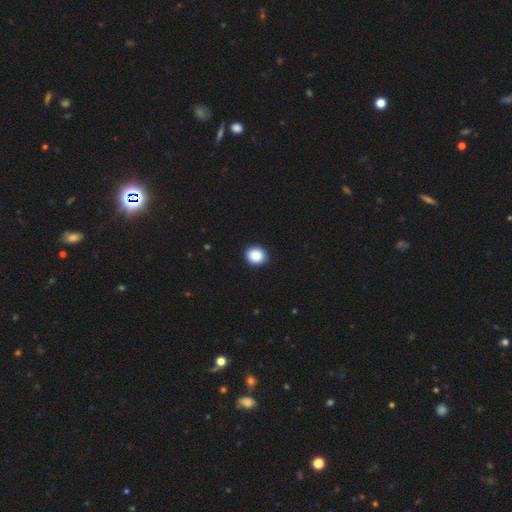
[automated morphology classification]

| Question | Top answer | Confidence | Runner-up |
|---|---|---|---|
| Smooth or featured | smooth | 89% | star or artifact (8%) |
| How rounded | round | 77% | in between (22%) |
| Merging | none | 91% | minor disturbance (6%) |